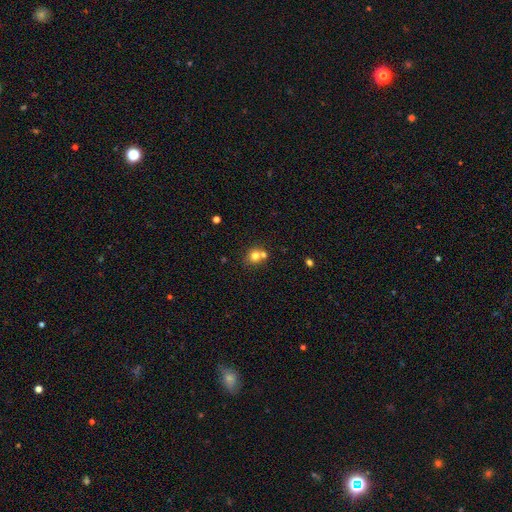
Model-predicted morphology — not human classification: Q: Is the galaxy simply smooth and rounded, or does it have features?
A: smooth — 74%.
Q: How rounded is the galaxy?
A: round — 81%.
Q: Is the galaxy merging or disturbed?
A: none — 49%.